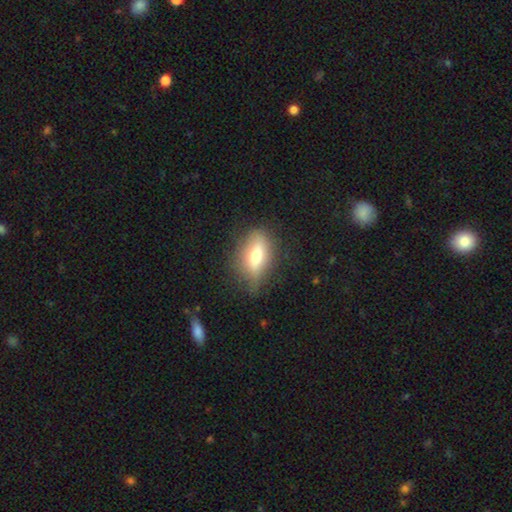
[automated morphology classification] Smooth or featured?
  - smooth: 56% *
  - featured or disk: 36%
  - star or artifact: 8%
How rounded?
  - in between: 73% *
  - cigar-shaped: 21%
  - round: 6%
Merging?
  - none: 67% *
  - minor disturbance: 24%
  - major disturbance: 7%
  - merger: 2%